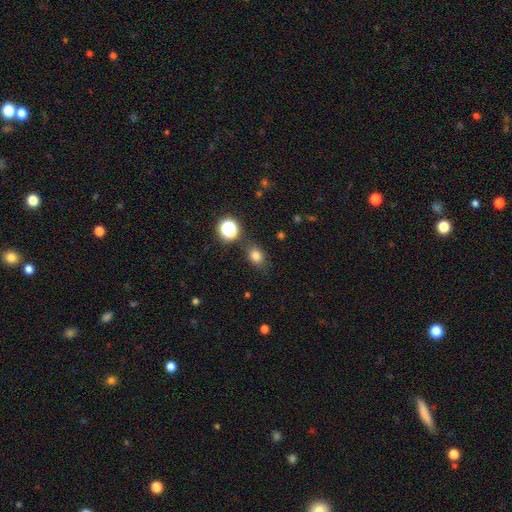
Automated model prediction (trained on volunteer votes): Smooth or featured: smooth — 78% (star or artifact — 15%)
How rounded: in between — 55% (round — 44%)
Merging: none — 78% (minor disturbance — 14%)